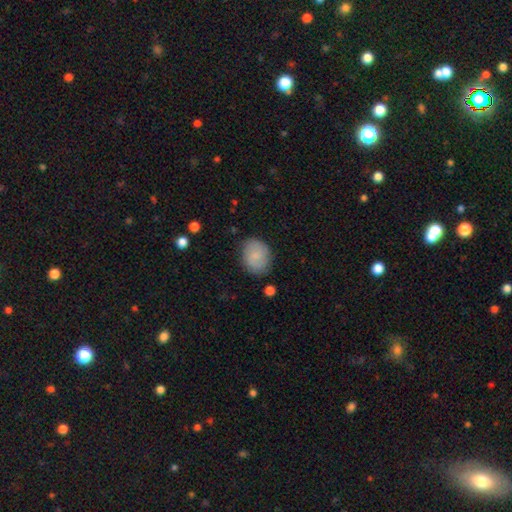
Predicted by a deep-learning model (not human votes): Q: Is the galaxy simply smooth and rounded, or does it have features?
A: smooth — 71%.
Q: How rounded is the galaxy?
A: round — 60%.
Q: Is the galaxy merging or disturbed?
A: none — 80%.